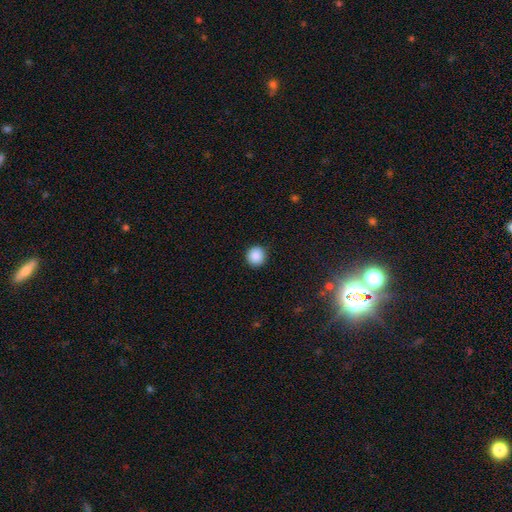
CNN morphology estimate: Smooth or featured? Predicted: smooth (p=0.88). How rounded? Predicted: round (p=0.93). Merging? Predicted: none (p=0.92).